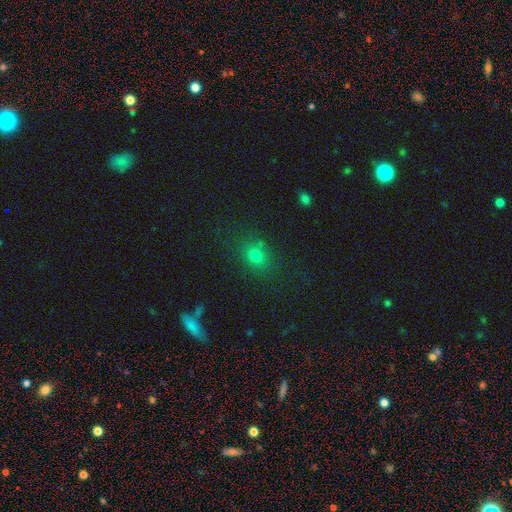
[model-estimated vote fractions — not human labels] Smooth or featured?
  - smooth: 76% *
  - star or artifact: 16%
  - featured or disk: 8%
How rounded?
  - round: 58% *
  - in between: 40%
  - cigar-shaped: 1%
Merging?
  - none: 78% *
  - minor disturbance: 13%
  - major disturbance: 5%
  - merger: 4%